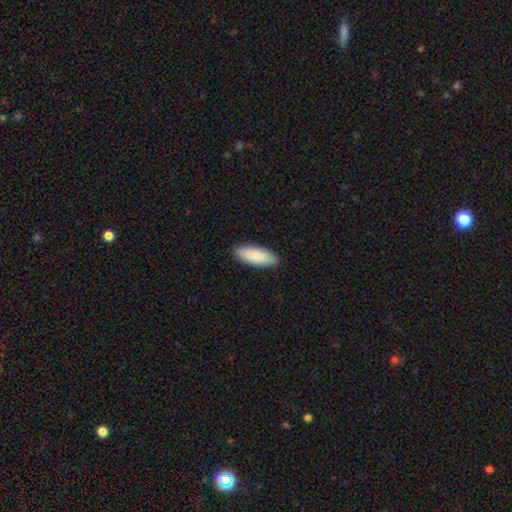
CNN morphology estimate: Smooth or featured: smooth — 90% (star or artifact — 5%)
How rounded: in between — 74% (cigar-shaped — 24%)
Merging: none — 90% (minor disturbance — 8%)